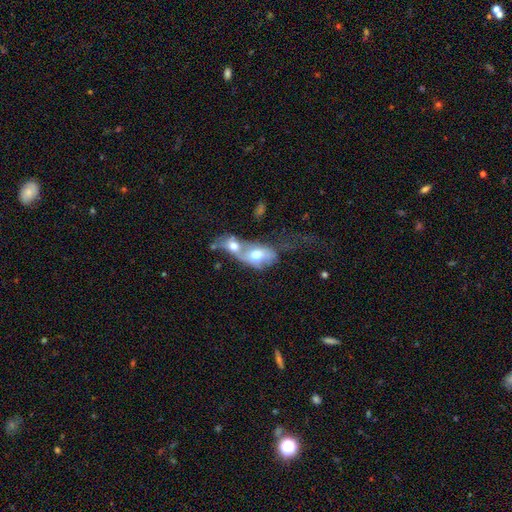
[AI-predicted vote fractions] This is possibly a smooth galaxy (51%). How rounded: likely in between (73%). Merging: likely merger (78%).